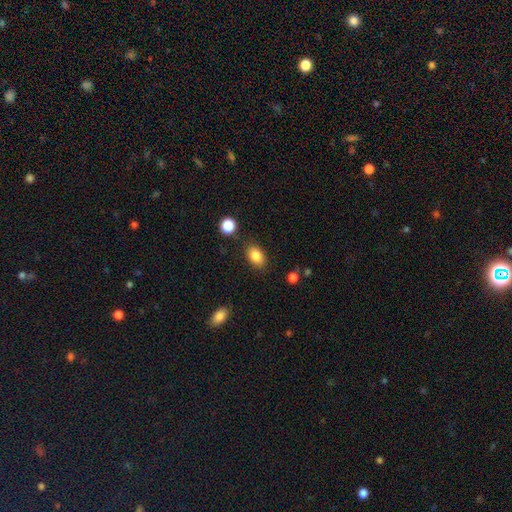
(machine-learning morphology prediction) smooth 85%, star or artifact 9%, featured or disk 6%. Down the decision tree: how rounded — in between (84%); merging — none (83%).